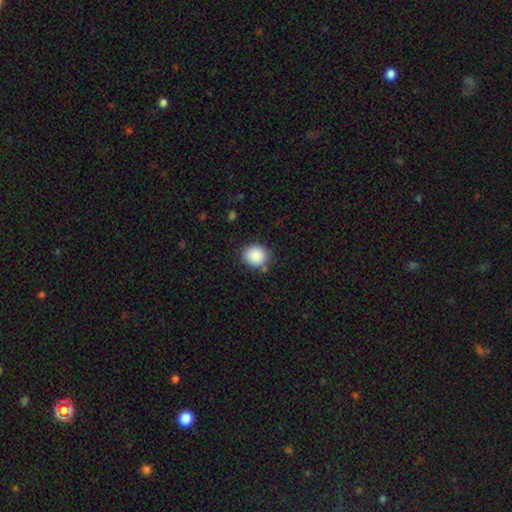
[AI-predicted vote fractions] Q: Smooth or featured?
A: smooth (88%); runner-up: star or artifact (8%)
Q: How rounded?
A: round (83%); runner-up: in between (16%)
Q: Merging?
A: none (83%); runner-up: minor disturbance (11%)